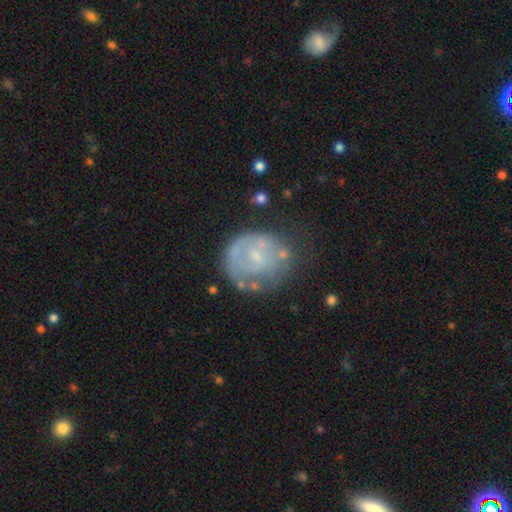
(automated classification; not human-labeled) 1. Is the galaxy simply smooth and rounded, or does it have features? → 57% featured or disk, 35% smooth, 9% star or artifact.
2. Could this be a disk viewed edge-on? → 97% no, 3% yes.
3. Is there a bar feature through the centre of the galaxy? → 66% no, 29% weak, 5% strong.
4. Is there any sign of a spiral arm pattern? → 58% no, 42% yes.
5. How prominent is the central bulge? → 61% small, 22% moderate, 15% none, 1% large, 1% dominant.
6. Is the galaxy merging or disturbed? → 49% none, 26% minor disturbance, 18% major disturbance, 6% merger.